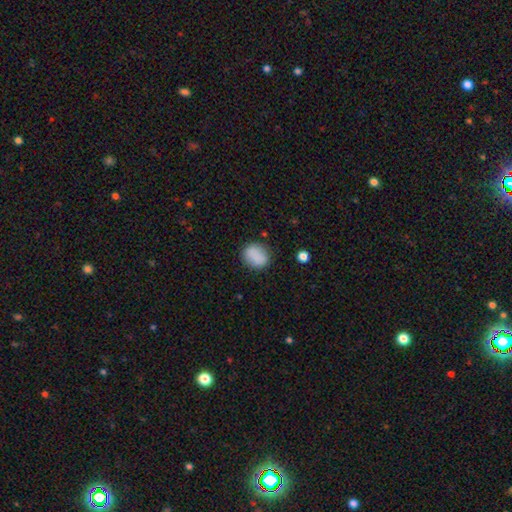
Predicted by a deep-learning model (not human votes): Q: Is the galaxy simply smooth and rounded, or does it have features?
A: smooth — 86%.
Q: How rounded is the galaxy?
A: round — 57%.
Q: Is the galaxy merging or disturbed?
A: none — 82%.